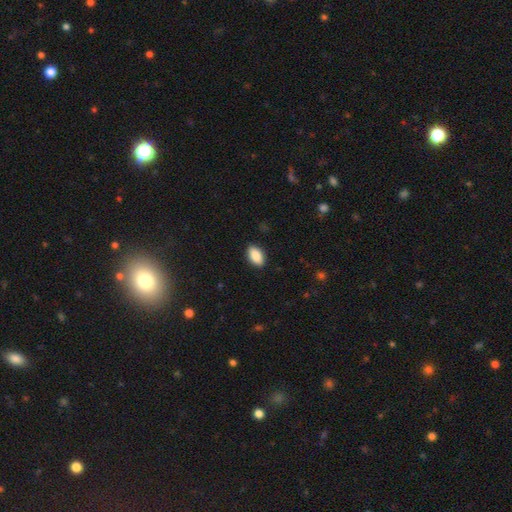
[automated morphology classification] Smooth or featured: smooth — 89% (star or artifact — 7%)
How rounded: in between — 93% (round — 4%)
Merging: none — 89% (minor disturbance — 8%)